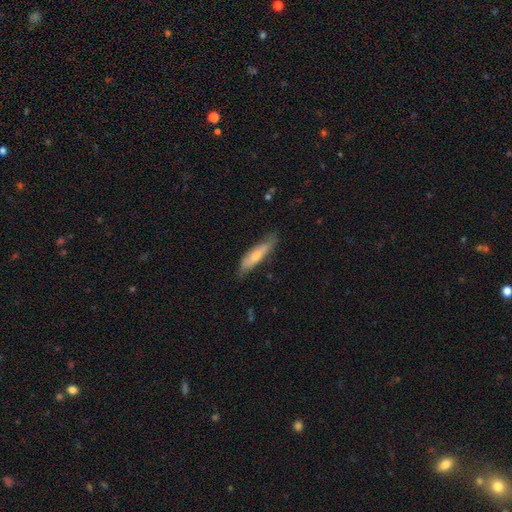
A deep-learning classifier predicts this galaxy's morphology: type=smooth (63%); roundness=cigar-shaped (70%); merging=none (67%).